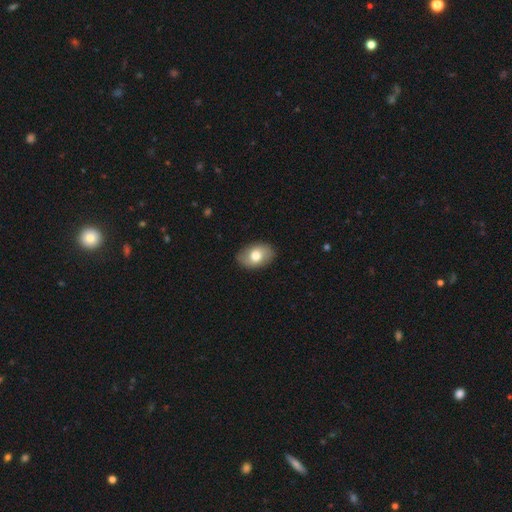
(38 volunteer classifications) smooth_or_featured: smooth (p=0.74) [alt: featured or disk p=0.24]
how_rounded: in between (p=0.82) [alt: round p=0.14]
merging: none (p=0.81) [alt: minor disturbance p=0.11]